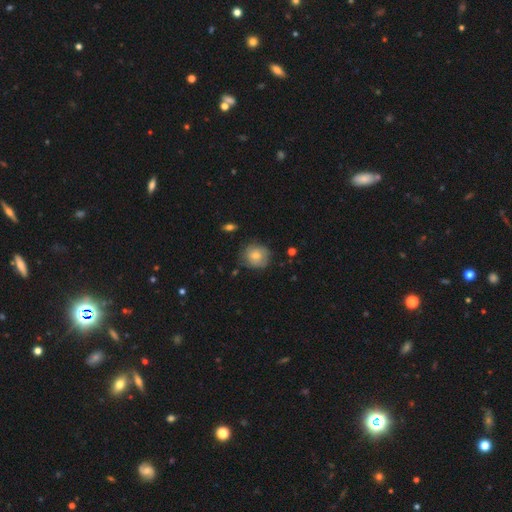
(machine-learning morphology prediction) This is likely a smooth galaxy (70%). How rounded: clearly round (85%). Merging: likely none (68%).